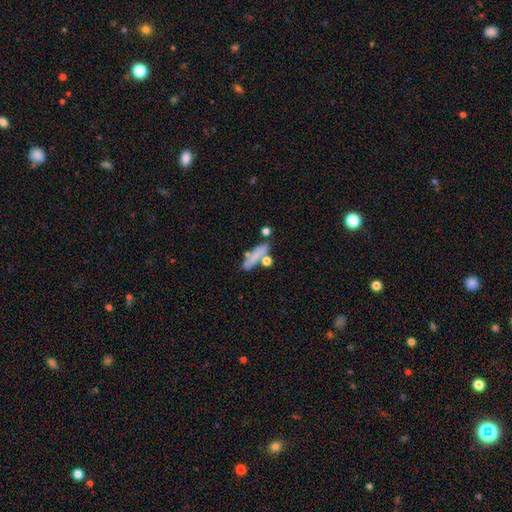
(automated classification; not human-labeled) A smooth galaxy with no disk features (69%) that is cigar-shaped (59%).

Vote fractions:
- Smooth or featured? smooth: 69% / featured or disk: 21% / star or artifact: 10%
- How rounded? cigar-shaped: 59% / in between: 35% / round: 6%
- Merging? none: 56% / merger: 18% / minor disturbance: 18% / major disturbance: 8%